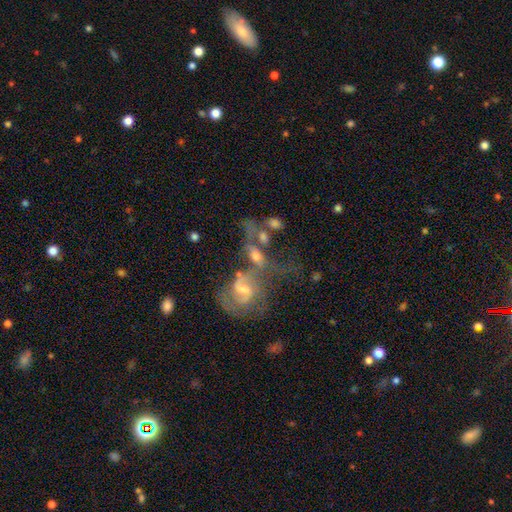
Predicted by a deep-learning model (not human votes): A featured or disk galaxy (51%).

Vote fractions:
- Smooth or featured? featured or disk: 51% / smooth: 36% / star or artifact: 13%
- Edge-on disk? no: 89% / yes: 11%
- Merging? merger: 48% / none: 22% / major disturbance: 17% / minor disturbance: 13%